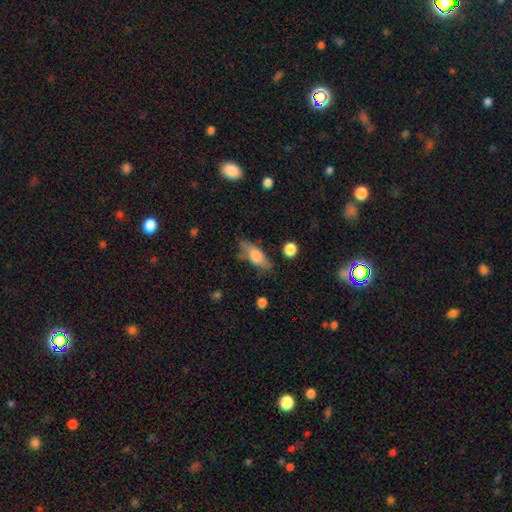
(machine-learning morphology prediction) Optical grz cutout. It shows a smooth galaxy with no disk features (63%) that is in between round and cigar-shaped (67%). Merging: none (64%).